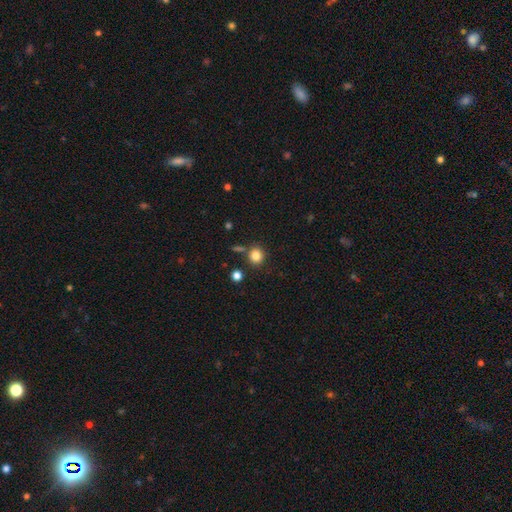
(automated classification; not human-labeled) The model was most divided on "merging": none: 80%, minor disturbance: 9%, merger: 8%, major disturbance: 3%. More confident: how rounded — round (85%); smooth or featured — smooth (83%).